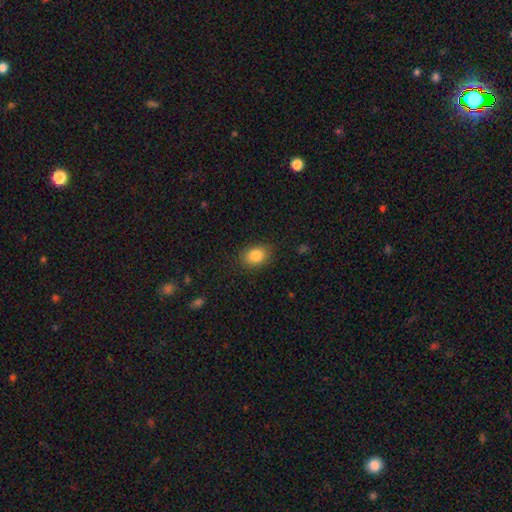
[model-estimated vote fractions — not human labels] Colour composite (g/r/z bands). It shows a smooth galaxy with no disk features (84%) that is in between round and cigar-shaped (67%). Merging: none (86%).